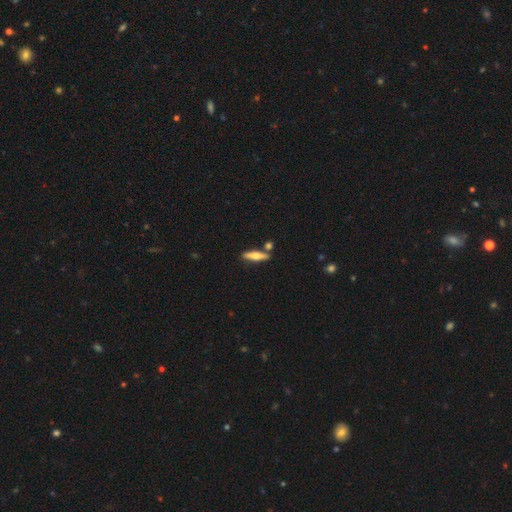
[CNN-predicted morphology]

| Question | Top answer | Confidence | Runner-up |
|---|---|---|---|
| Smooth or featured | smooth | 56% | featured or disk (38%) |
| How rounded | cigar-shaped | 76% | in between (22%) |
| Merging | none | 79% | minor disturbance (10%) |